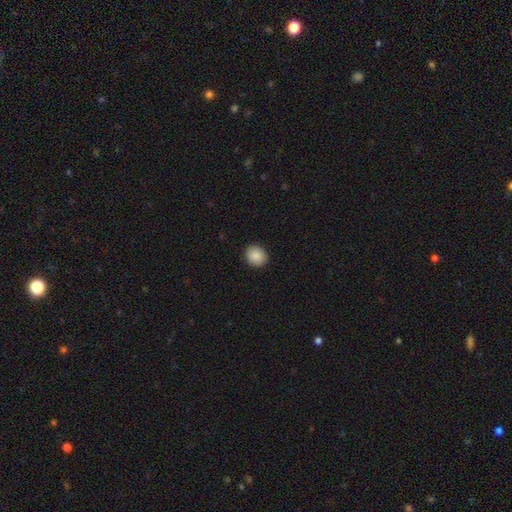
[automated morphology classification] Smooth or featured? Predicted: smooth (p=0.89). How rounded? Predicted: round (p=0.80). Merging? Predicted: none (p=0.92).